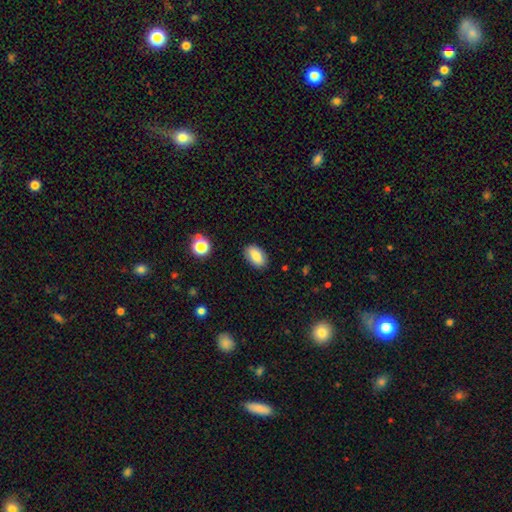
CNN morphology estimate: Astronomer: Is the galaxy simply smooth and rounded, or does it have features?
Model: smooth — 85%.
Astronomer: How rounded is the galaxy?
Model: in between — 92%.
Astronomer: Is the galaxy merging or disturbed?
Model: none — 87%.